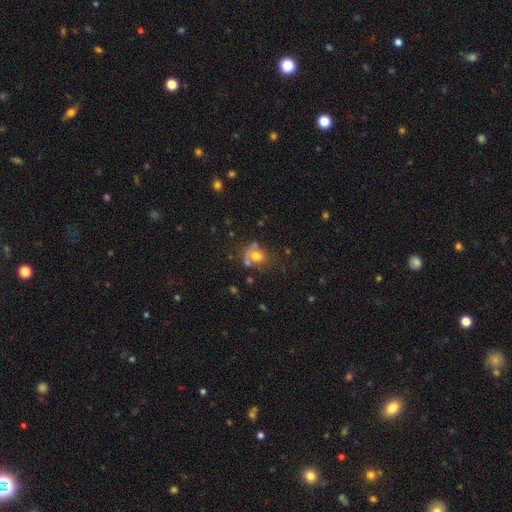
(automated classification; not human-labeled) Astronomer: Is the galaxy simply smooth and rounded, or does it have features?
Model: smooth — 58%.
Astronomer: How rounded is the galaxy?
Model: round — 51% (runner-up: in between, 47%).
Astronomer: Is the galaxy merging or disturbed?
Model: none — 34% (runner-up: merger, 25%).